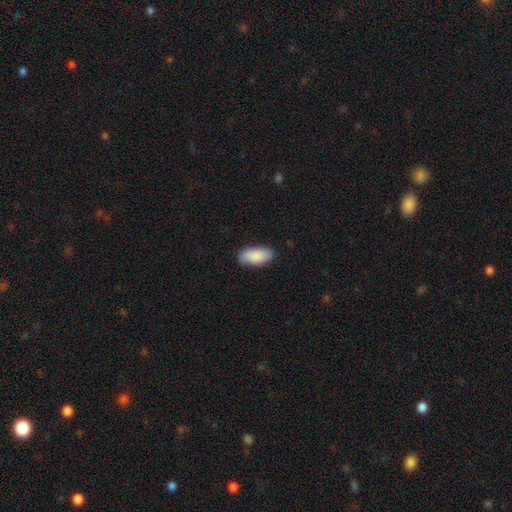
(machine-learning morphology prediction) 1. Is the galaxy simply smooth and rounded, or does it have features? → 87% smooth, 7% featured or disk, 6% star or artifact.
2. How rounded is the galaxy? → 92% in between, 6% cigar-shaped, 2% round.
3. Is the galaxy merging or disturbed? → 80% none, 16% minor disturbance, 3% major disturbance, 1% merger.